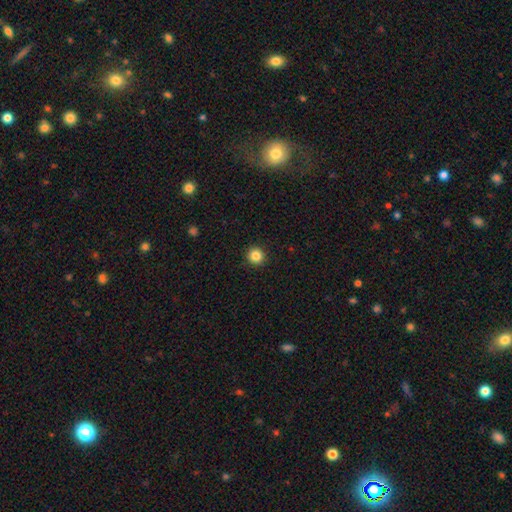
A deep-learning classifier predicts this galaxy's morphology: A smooth galaxy with no disk features (85%) that is round (95%).

Vote fractions:
- Smooth or featured? smooth: 85% / star or artifact: 11% / featured or disk: 5%
- How rounded? round: 95% / in between: 4% / cigar-shaped: 1%
- Merging? none: 93% / minor disturbance: 4% / major disturbance: 2% / merger: 1%